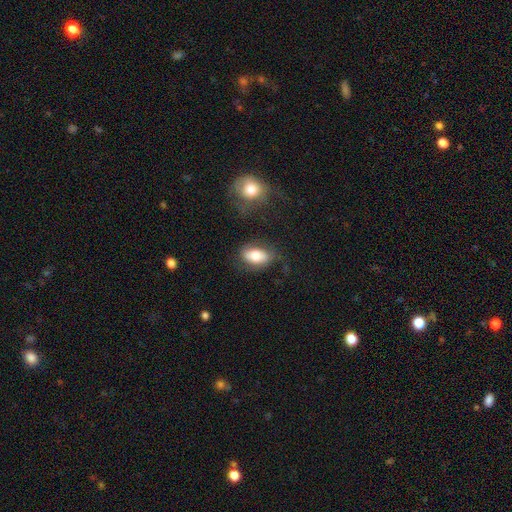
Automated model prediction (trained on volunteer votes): Smooth or featured?
  - smooth: 72% *
  - featured or disk: 20%
  - star or artifact: 8%
How rounded?
  - in between: 90% *
  - round: 7%
  - cigar-shaped: 3%
Merging?
  - none: 68% *
  - minor disturbance: 20%
  - major disturbance: 8%
  - merger: 4%